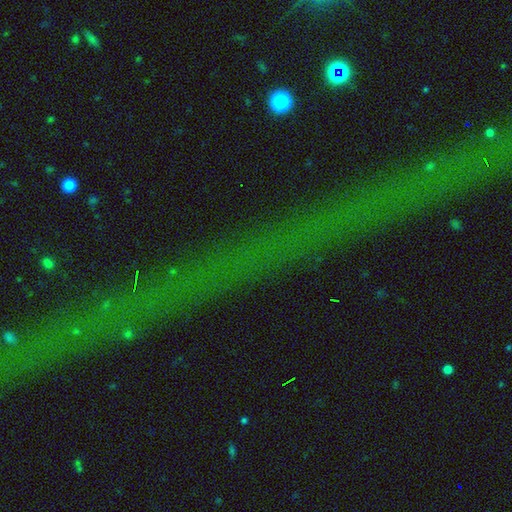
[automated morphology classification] star or artifact 73%, featured or disk 16%, smooth 11%.